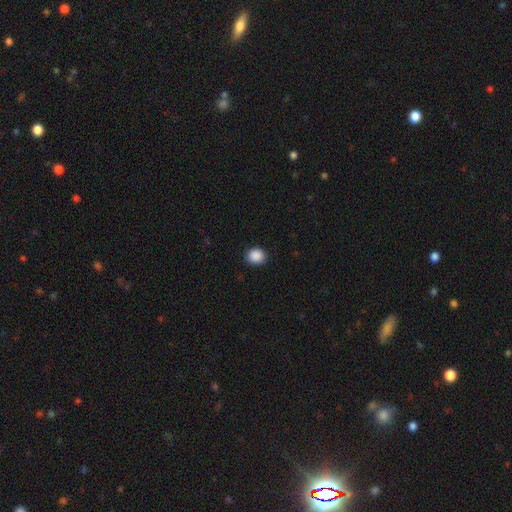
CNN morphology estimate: Smooth or featured: smooth — 89% (star or artifact — 9%)
How rounded: round — 66% (in between — 33%)
Merging: none — 89% (minor disturbance — 8%)